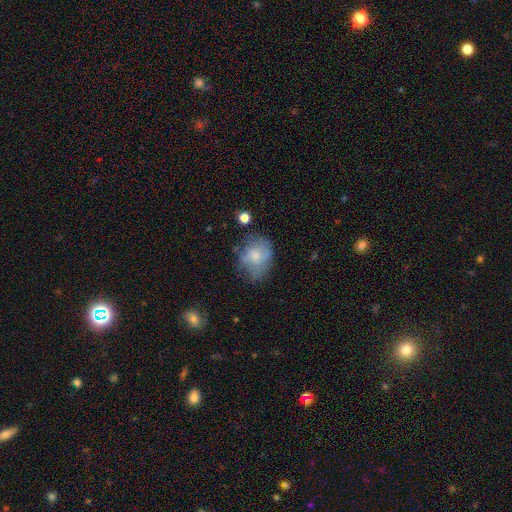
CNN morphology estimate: smooth 59%, featured or disk 31%, star or artifact 9%. Down the decision tree: how rounded — in between (52%); merging — none (50%).